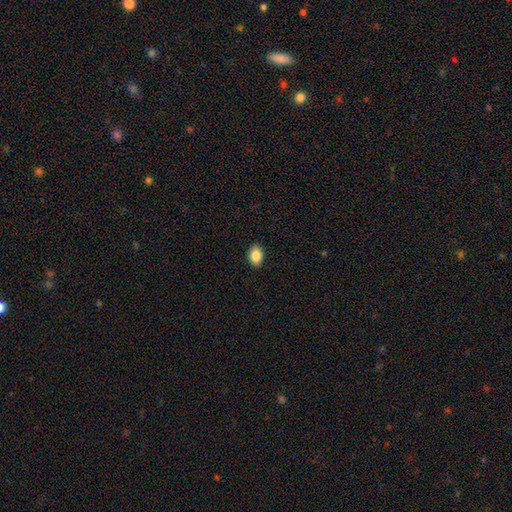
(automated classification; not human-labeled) A smooth galaxy with no disk features (87%) that is in between round and cigar-shaped (75%). Merging: none (90%).